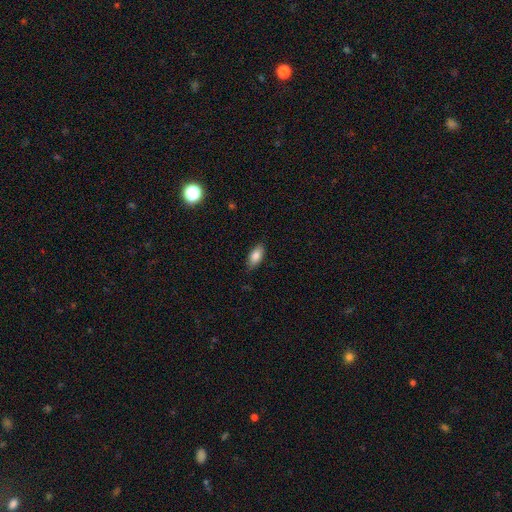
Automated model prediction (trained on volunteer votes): Smooth or featured? Predicted: smooth (p=0.84). How rounded? Predicted: in between (p=0.87). Merging? Predicted: none (p=0.84).